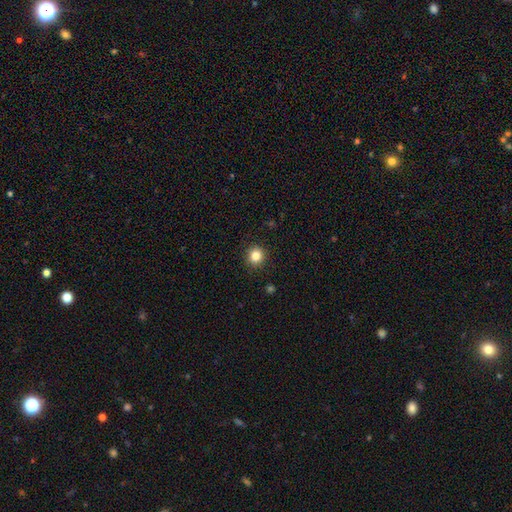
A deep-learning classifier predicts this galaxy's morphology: Smooth or featured? smooth (84%)
How rounded? round (91%)
Merging? none (91%)